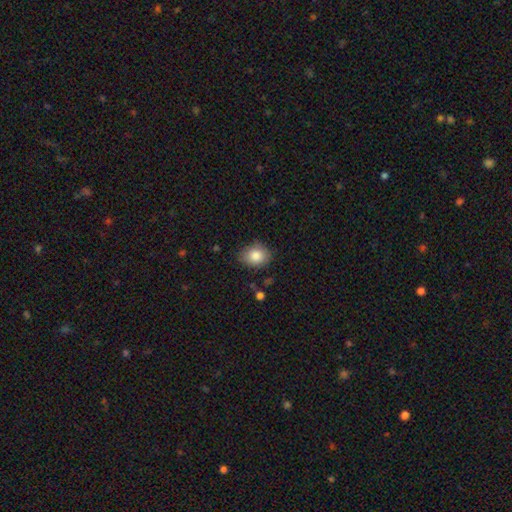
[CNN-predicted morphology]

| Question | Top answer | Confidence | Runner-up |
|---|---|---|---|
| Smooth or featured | smooth | 84% | star or artifact (8%) |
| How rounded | in between | 52% | round (47%) |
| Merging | none | 80% | minor disturbance (15%) |